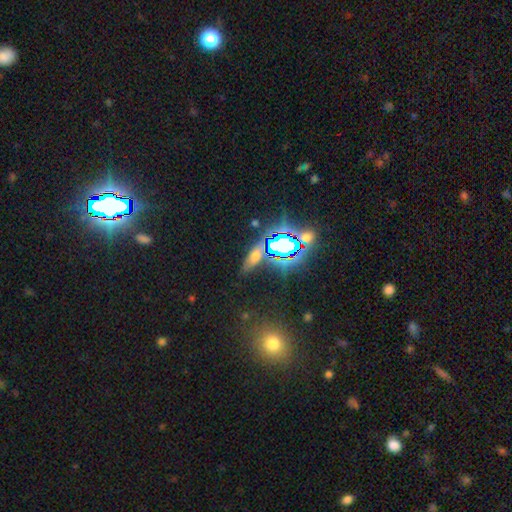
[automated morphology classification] A star or artifact, not a galaxy (44%).